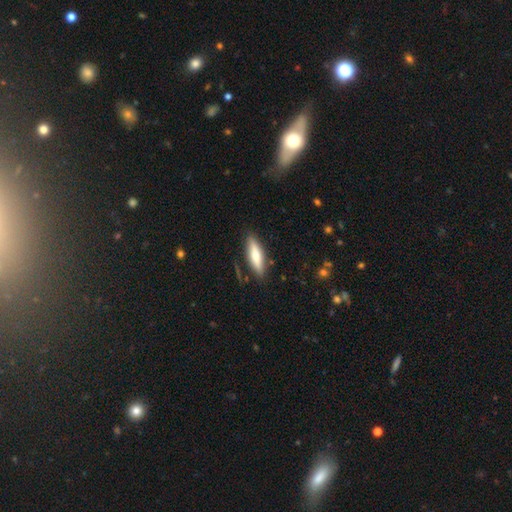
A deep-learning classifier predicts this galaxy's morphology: Smooth or featured? smooth (65%)
How rounded? cigar-shaped (63%)
Merging? none (83%)